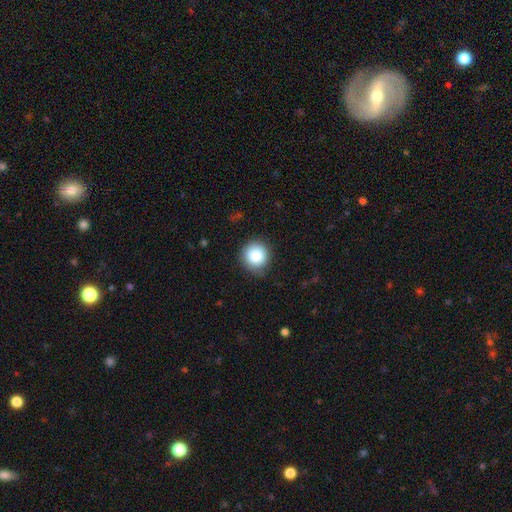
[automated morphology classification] Smooth or featured: smooth — 86% (star or artifact — 9%)
How rounded: round — 92% (in between — 7%)
Merging: none — 85% (minor disturbance — 11%)